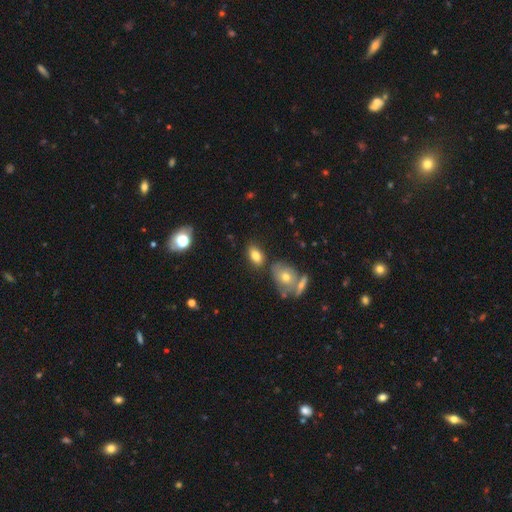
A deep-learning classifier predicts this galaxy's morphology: Overall: smooth (78%). How rounded: in between (88%). Merging: none (70%).